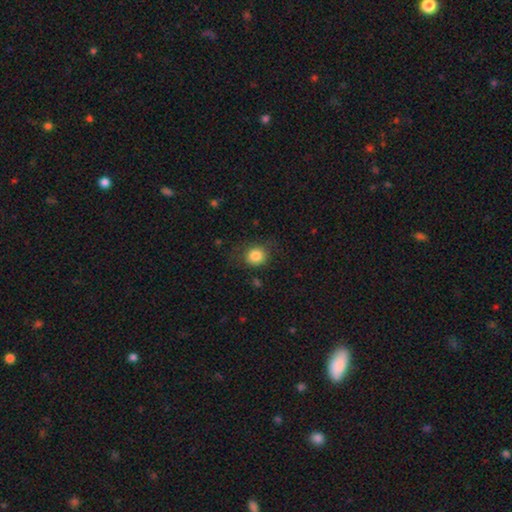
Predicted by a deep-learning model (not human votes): Smooth or featured? Predicted: smooth (p=0.84). How rounded? Predicted: round (p=0.77). Merging? Predicted: none (p=0.73).